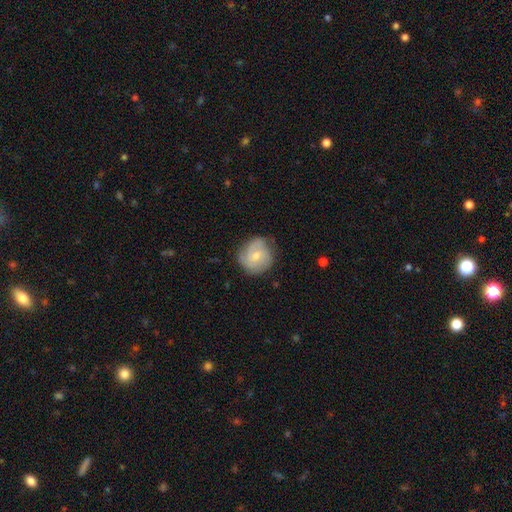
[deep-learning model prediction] Morphology: type=featured or disk (65%); edge-on=no (98%); bar=no (51%); spiral arms=yes (91%); winding=tight (54%); arm count=2 (37%); bulge=moderate (48%); merging=none (72%).